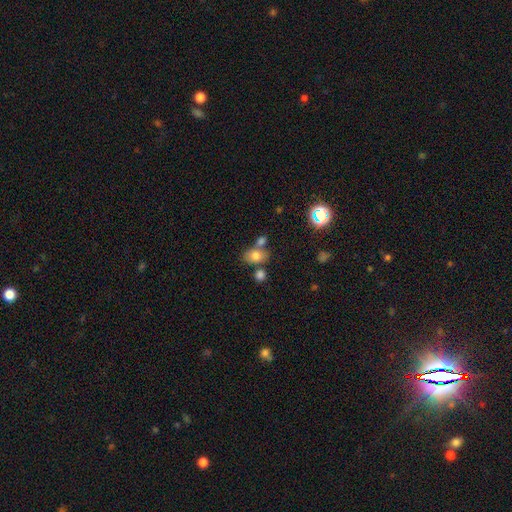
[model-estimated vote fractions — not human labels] smooth 74%, featured or disk 13%, star or artifact 13%. Down the decision tree: how rounded — in between (67%); merging — none (53%).